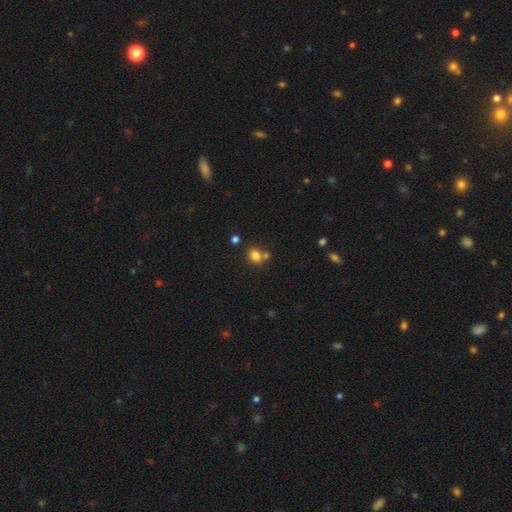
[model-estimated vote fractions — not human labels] Smooth or featured?
  - smooth: 79% *
  - star or artifact: 14%
  - featured or disk: 7%
How rounded?
  - round: 76% *
  - in between: 23%
  - cigar-shaped: 1%
Merging?
  - none: 60% *
  - merger: 28%
  - minor disturbance: 9%
  - major disturbance: 3%